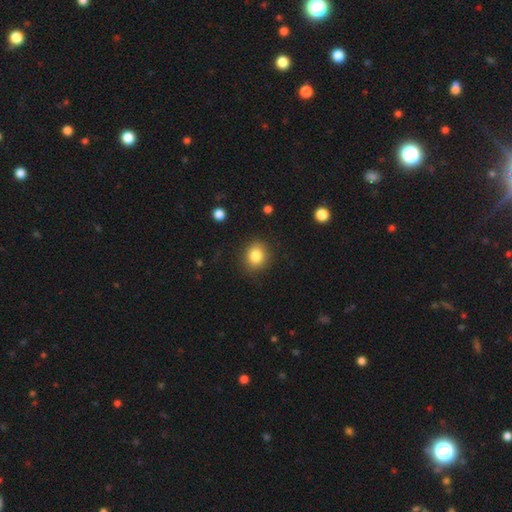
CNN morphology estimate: smooth 83%, star or artifact 10%, featured or disk 7%. Down the decision tree: how rounded — round (76%); merging — none (87%).